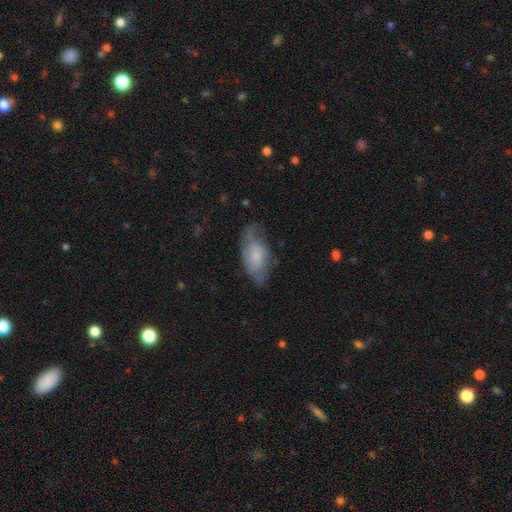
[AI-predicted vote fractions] A smooth galaxy with no disk features (50%).

Vote fractions:
- Smooth or featured? smooth: 50% / featured or disk: 43% / star or artifact: 7%
- Merging? none: 50% / minor disturbance: 31% / major disturbance: 18% / merger: 2%